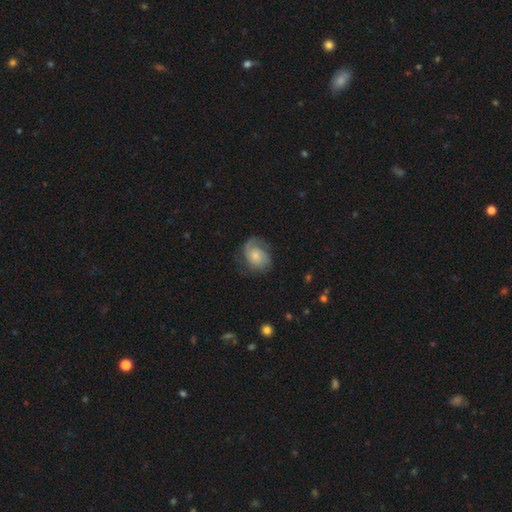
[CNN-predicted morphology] A featured or disk galaxy (58%) with no bar (77%), 2 (59%) tight (40%) spiral arms (89%) and a small central bulge (56%).

Vote fractions:
- Smooth or featured? featured or disk: 58% / smooth: 35% / star or artifact: 7%
- Edge-on disk? no: 97% / yes: 3%
- Bar? no: 77% / weak: 20% / strong: 3%
- Spiral arms? yes: 89% / no: 11%
- Spiral winding? tight: 40% / medium: 39% / loose: 21%
- Spiral arm count? 2: 59% / can't tell: 19% / 1: 11% / 3: 7% / 4: 2% / more than 4: 2%
- Bulge size? small: 56% / moderate: 34% / none: 5% / large: 4% / dominant: 1%
- Merging? none: 63% / minor disturbance: 23% / major disturbance: 12% / merger: 1%